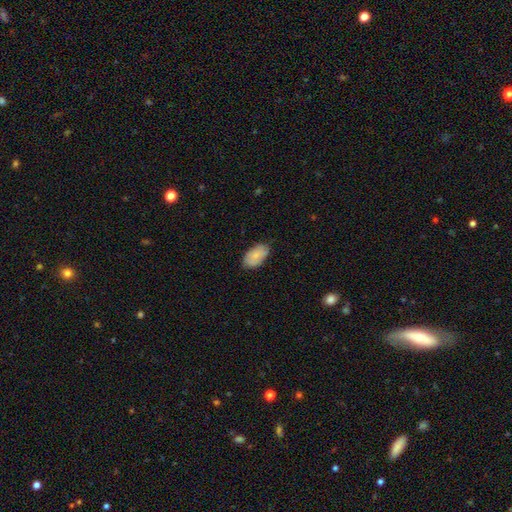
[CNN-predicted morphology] smooth_or_featured: smooth (p=0.81) [alt: featured or disk p=0.13]
how_rounded: in between (p=0.94) [alt: round p=0.04]
merging: none (p=0.75) [alt: minor disturbance p=0.21]